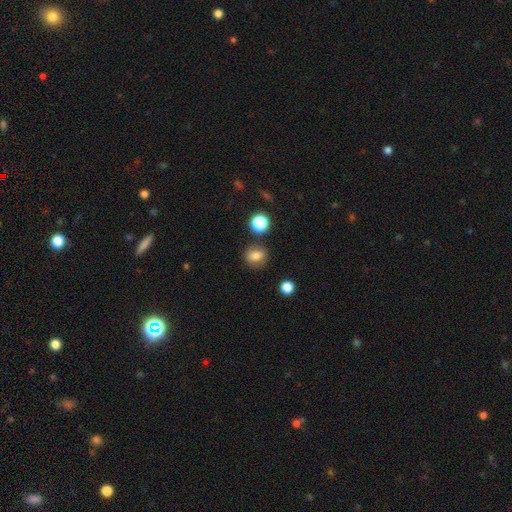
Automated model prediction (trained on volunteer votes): Overall: smooth (79%). How rounded: round (68%; in between 30%). Merging: none (81%).